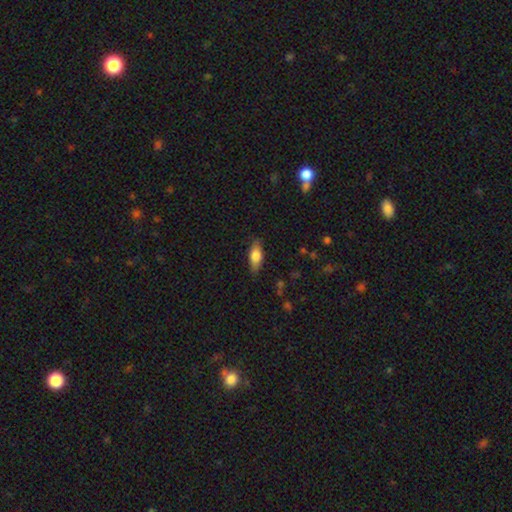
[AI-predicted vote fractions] Smooth or featured? smooth (71%)
How rounded? in between (77%)
Merging? none (83%)